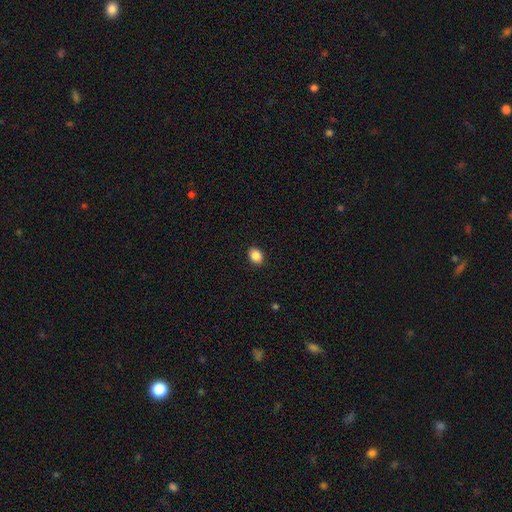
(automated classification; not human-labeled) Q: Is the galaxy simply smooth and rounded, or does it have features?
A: smooth — 88%.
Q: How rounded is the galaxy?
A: in between — 59%.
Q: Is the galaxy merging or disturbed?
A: none — 91%.